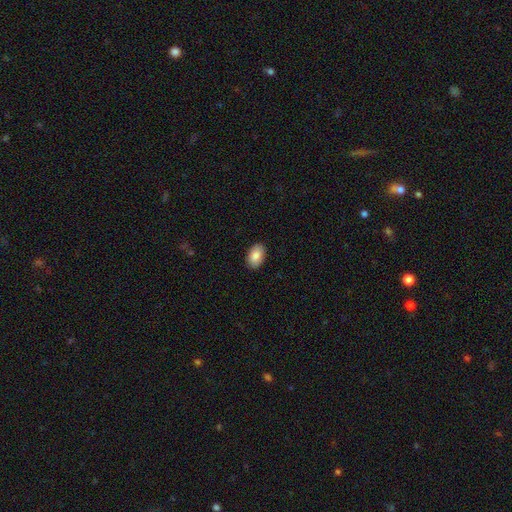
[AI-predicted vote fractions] Overall: smooth (87%). How rounded: in between (92%). Merging: none (90%).